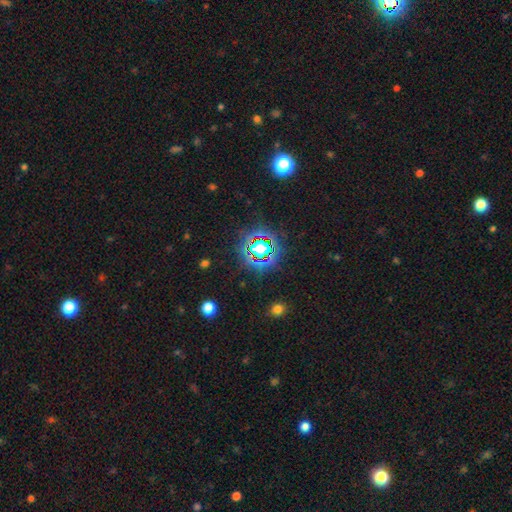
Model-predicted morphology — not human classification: A star or artifact, not a galaxy (78%).